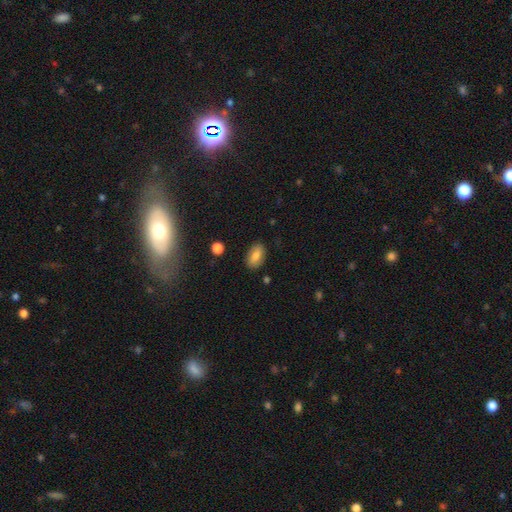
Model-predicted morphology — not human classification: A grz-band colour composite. It shows a smooth galaxy with no disk features (79%) that is in between round and cigar-shaped (91%). Merging: none (85%).